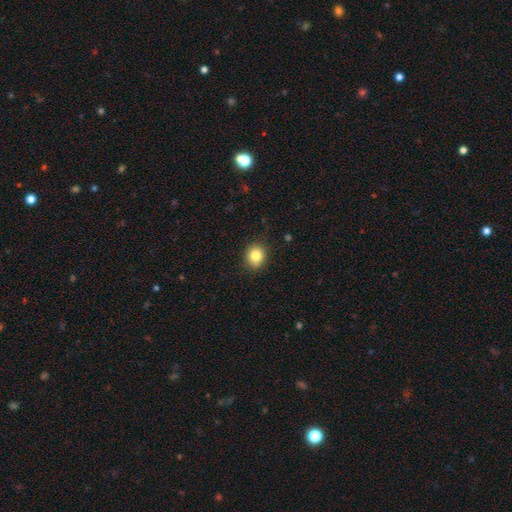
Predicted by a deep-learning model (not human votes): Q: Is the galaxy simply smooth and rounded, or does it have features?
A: smooth — 83%.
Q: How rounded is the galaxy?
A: round — 74%.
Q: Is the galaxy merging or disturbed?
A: none — 88%.